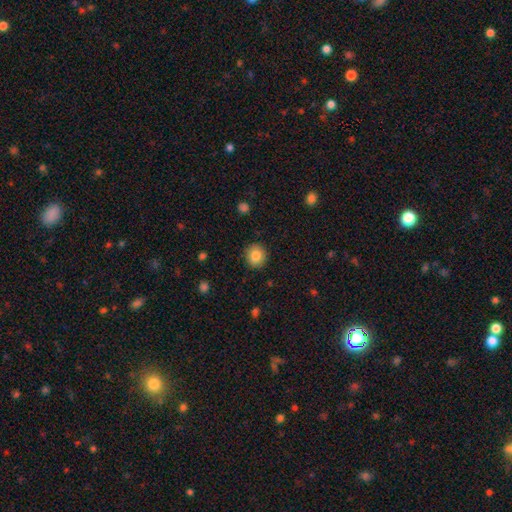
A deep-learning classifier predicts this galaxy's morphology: Smooth or featured? smooth (83%)
How rounded? round (87%)
Merging? none (90%)